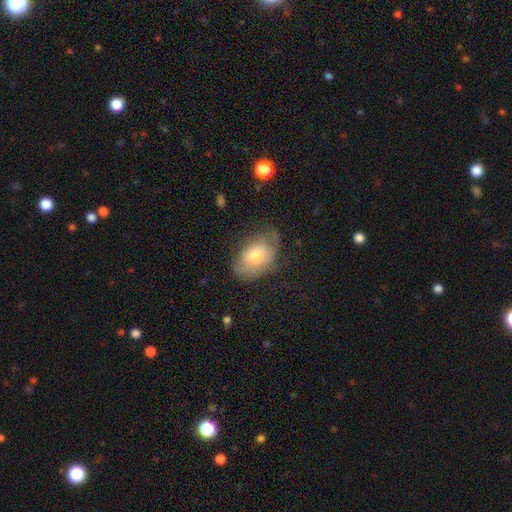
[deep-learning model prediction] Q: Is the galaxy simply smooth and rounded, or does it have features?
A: smooth — 65%.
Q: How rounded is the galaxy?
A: in between — 85%.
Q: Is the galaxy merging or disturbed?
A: none — 56%.